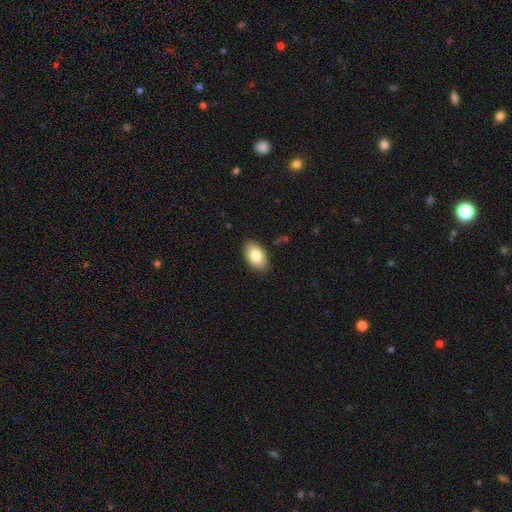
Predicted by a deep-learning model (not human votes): Smooth or featured? smooth (81%)
How rounded? in between (92%)
Merging? none (87%)